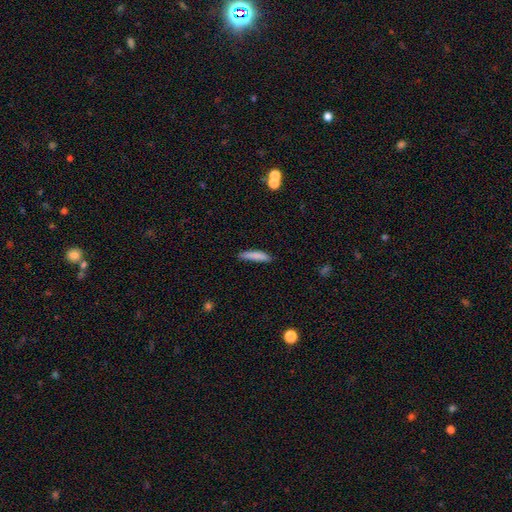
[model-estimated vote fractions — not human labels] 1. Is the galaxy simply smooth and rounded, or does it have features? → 84% smooth, 10% featured or disk, 7% star or artifact.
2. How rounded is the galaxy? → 86% cigar-shaped, 12% in between, 1% round.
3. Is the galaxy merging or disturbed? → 77% none, 18% minor disturbance, 3% major disturbance, 2% merger.